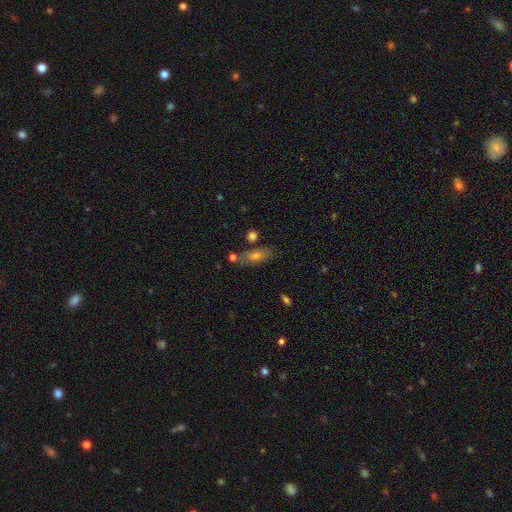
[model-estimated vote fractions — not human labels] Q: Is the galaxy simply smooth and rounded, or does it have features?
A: smooth — 63%.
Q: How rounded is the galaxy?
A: in between — 68%.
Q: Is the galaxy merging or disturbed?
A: none — 73%.